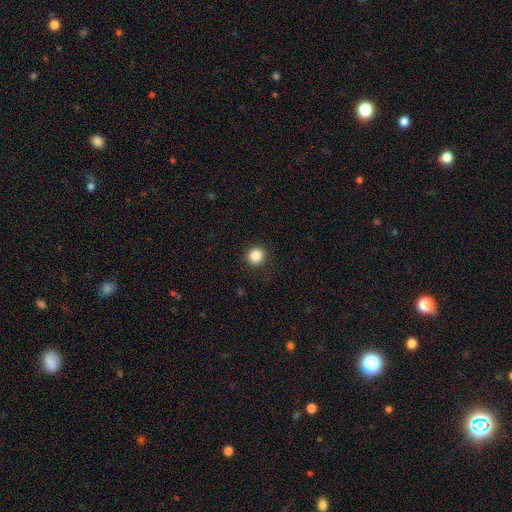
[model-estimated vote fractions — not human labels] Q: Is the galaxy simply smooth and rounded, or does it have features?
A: smooth — 86%.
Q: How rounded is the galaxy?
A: round — 93%.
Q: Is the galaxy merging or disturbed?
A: none — 92%.